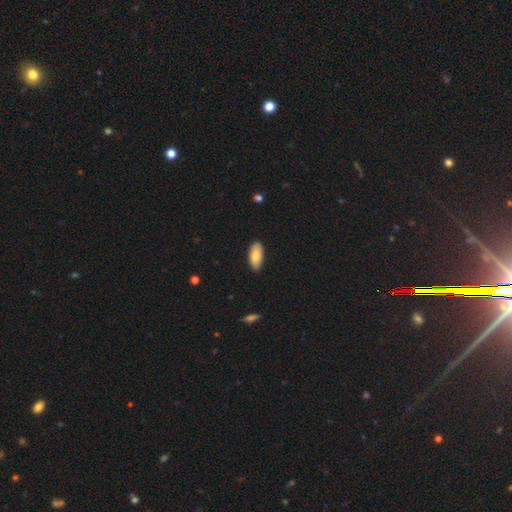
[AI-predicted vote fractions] This appears to be a smooth galaxy with no disk features (81%) that is in between round and cigar-shaped (90%). Merging: none (86%).